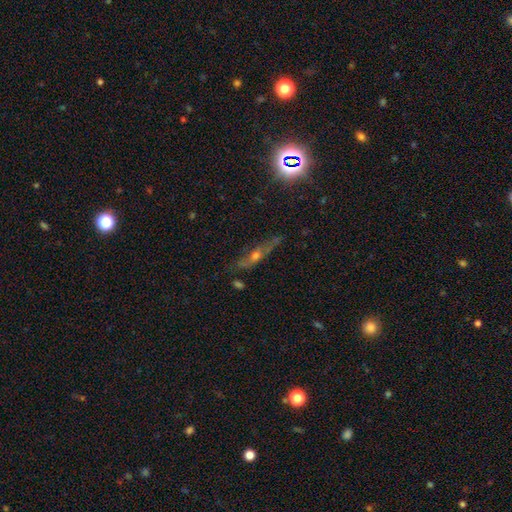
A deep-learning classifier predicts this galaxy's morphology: This appears to be a featured or disk galaxy (58%) viewed edge-on (78%). Merging: none (68%).